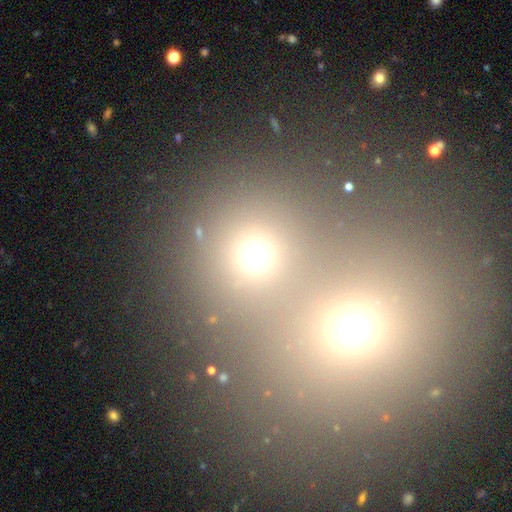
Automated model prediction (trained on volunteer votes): Smooth or featured? Predicted: smooth (p=0.68). How rounded? Predicted: round (p=0.86). Merging? Predicted: none (p=0.55).